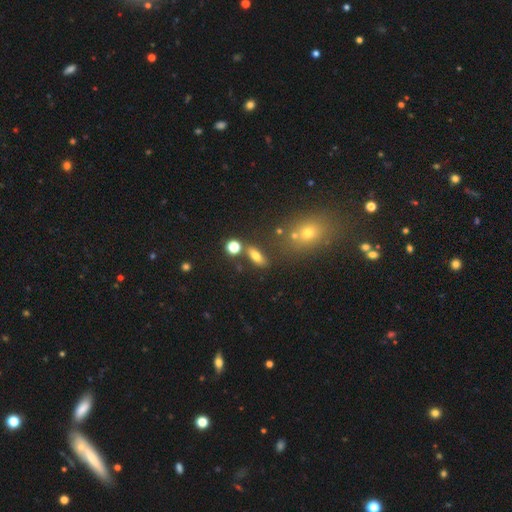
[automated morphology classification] Smooth or featured: smooth — 69% (featured or disk — 18%)
How rounded: in between — 64% (cigar-shaped — 24%)
Merging: none — 70% (minor disturbance — 13%)